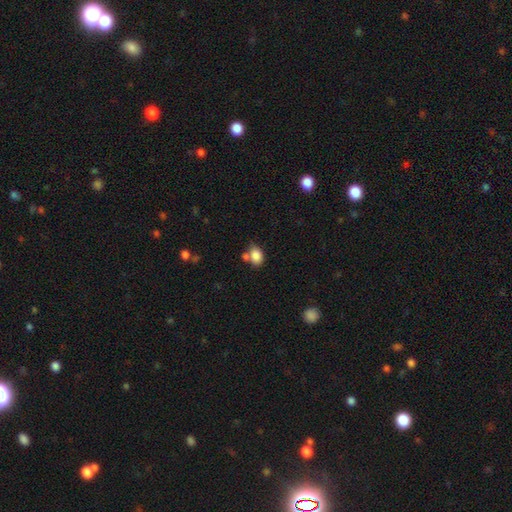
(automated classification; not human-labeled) Smooth or featured?
  - smooth: 85% *
  - star or artifact: 9%
  - featured or disk: 6%
How rounded?
  - in between: 74% *
  - round: 25%
  - cigar-shaped: 1%
Merging?
  - none: 55% *
  - merger: 24%
  - minor disturbance: 16%
  - major disturbance: 5%